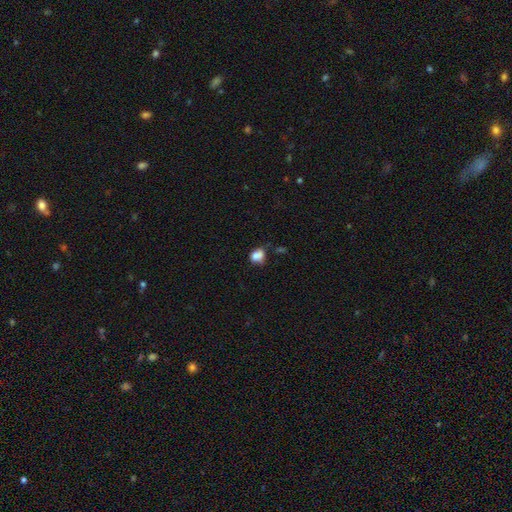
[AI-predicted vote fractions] Overall: smooth (76%). How rounded: round (53%; in between 45%). Merging: none (38%; minor disturbance 26%).